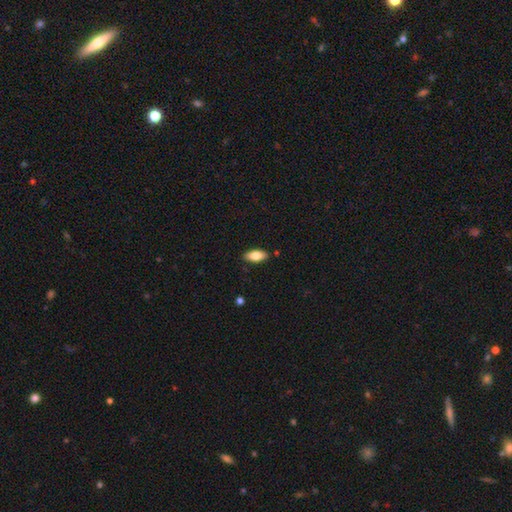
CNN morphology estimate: A smooth galaxy with no disk features (79%) that is in between round and cigar-shaped (86%). Merging: none (87%).